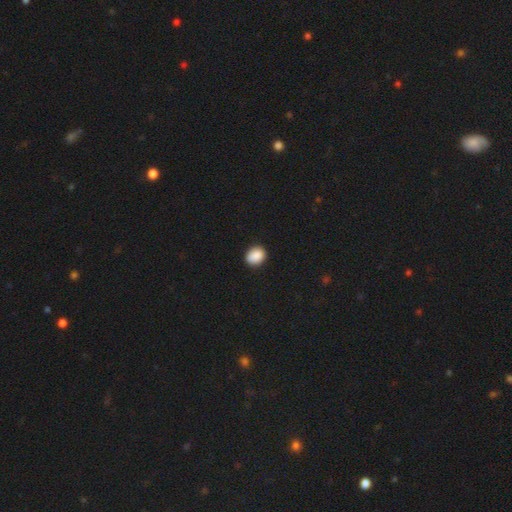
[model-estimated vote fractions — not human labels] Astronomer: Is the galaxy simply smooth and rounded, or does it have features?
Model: smooth — 89%.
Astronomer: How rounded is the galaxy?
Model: round — 54% (runner-up: in between, 45%).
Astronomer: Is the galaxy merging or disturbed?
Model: none — 89%.